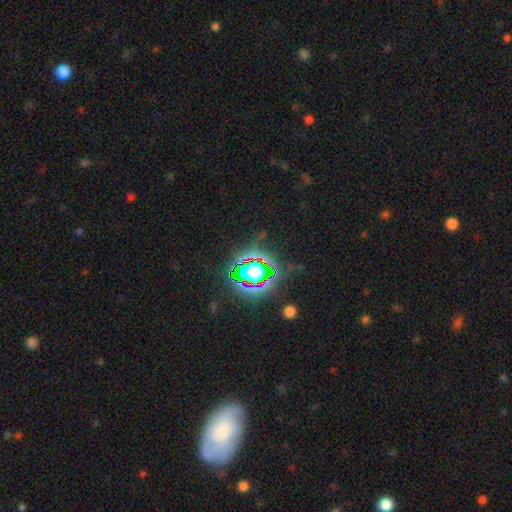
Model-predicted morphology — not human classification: This appears to be a star or artifact, not a galaxy (80%).